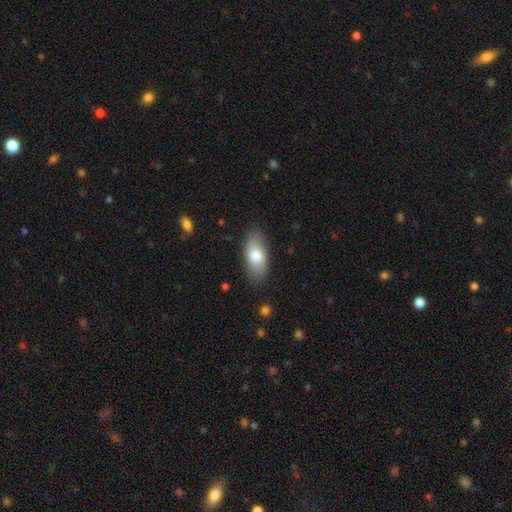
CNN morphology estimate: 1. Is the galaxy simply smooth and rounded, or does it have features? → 76% smooth, 18% featured or disk, 6% star or artifact.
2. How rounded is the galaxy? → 89% in between, 8% cigar-shaped, 3% round.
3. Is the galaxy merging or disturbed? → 84% none, 12% minor disturbance, 3% major disturbance, 1% merger.